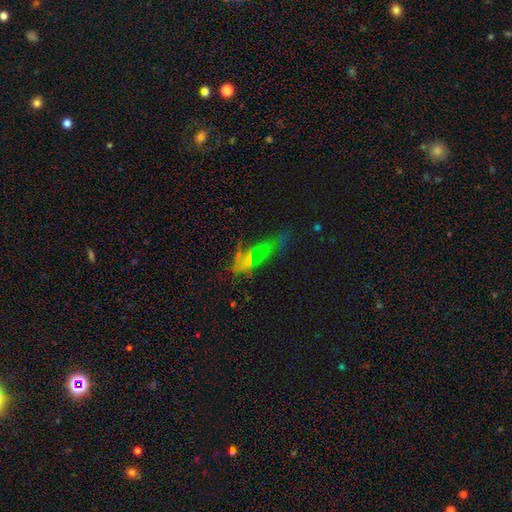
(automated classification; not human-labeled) Smooth or featured?
  - smooth: 42% *
  - featured or disk: 34%
  - star or artifact: 24%
Merging?
  - none: 37% *
  - major disturbance: 30%
  - minor disturbance: 22%
  - merger: 11%